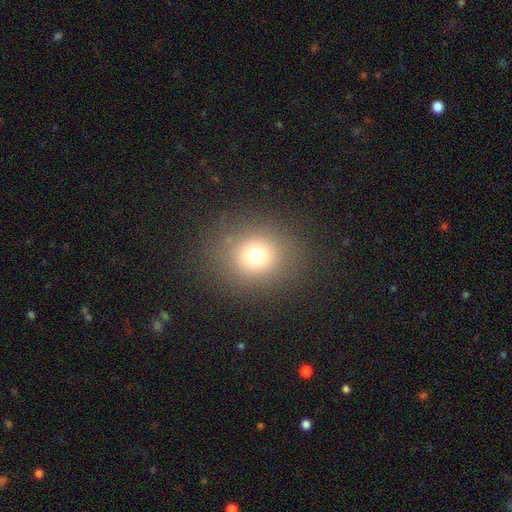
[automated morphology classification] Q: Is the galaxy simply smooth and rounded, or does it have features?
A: smooth — 71%.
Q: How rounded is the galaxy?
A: round — 79%.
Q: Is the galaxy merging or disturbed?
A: none — 84%.